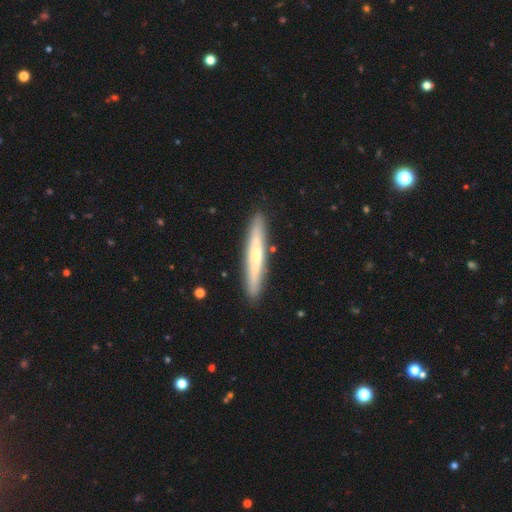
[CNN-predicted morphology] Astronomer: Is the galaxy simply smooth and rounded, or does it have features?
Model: smooth — 49% (runner-up: featured or disk, 46%).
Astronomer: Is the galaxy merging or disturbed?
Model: none — 89%.